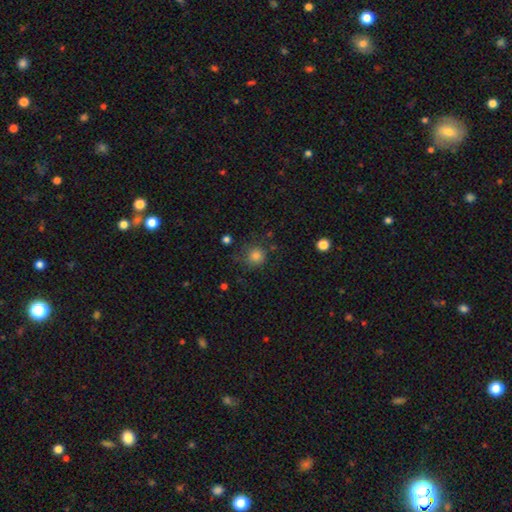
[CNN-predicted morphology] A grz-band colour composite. It shows a smooth galaxy with no disk features (82%) that is round (91%). Merging: none (75%).